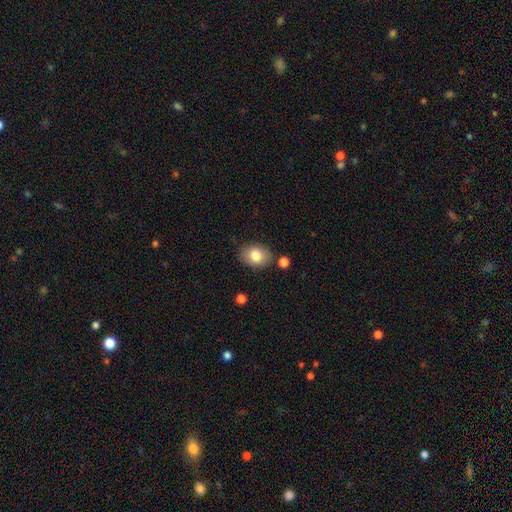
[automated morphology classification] Smooth or featured? smooth (81%)
How rounded? in between (66%)
Merging? none (80%)